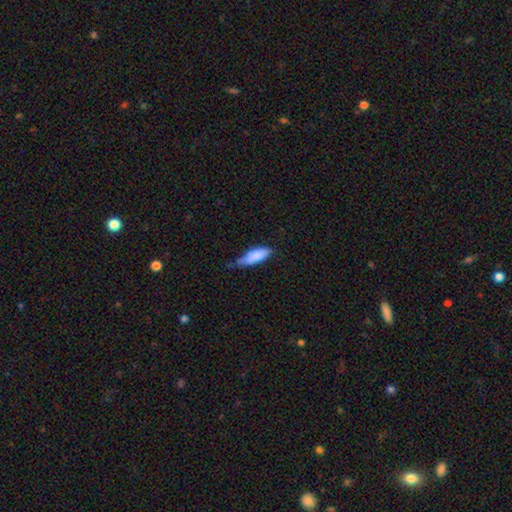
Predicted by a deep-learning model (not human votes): Smooth or featured: smooth — 84% (featured or disk — 10%)
How rounded: in between — 58% (cigar-shaped — 40%)
Merging: minor disturbance — 46% (none — 41%)